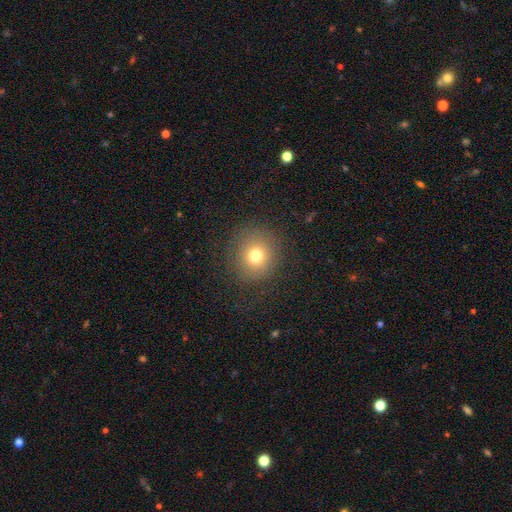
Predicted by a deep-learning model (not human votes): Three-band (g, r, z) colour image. It shows a smooth galaxy with no disk features (73%) that is round (89%). Merging: none (82%).